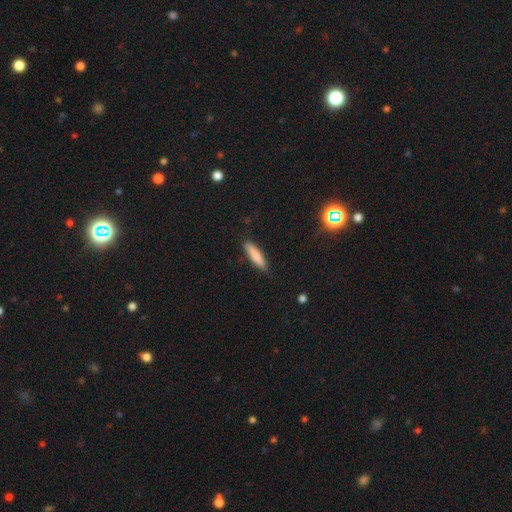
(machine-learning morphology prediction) smooth_or_featured: smooth (p=0.81) [alt: featured or disk p=0.12]
how_rounded: cigar-shaped (p=0.75) [alt: in between p=0.24]
merging: none (p=0.86) [alt: minor disturbance p=0.11]